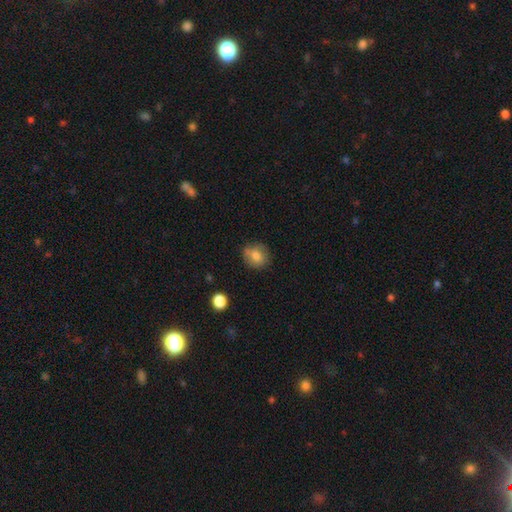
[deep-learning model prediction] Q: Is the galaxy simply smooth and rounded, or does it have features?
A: smooth — 79%.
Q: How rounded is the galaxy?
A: round — 73%.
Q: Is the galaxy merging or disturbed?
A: none — 72%.